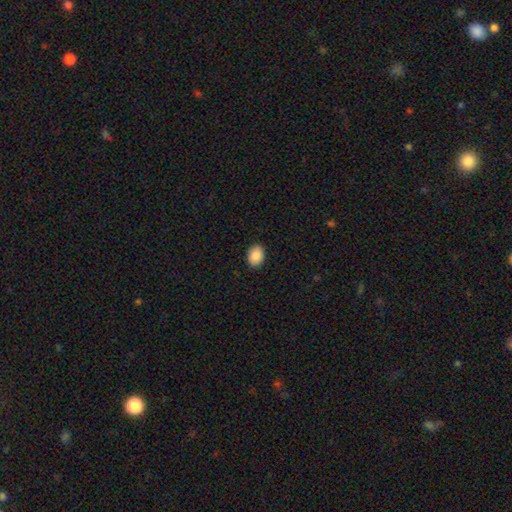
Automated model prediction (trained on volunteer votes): This appears to be a smooth galaxy with no disk features (89%) that is in between round and cigar-shaped (78%). Merging: none (91%).